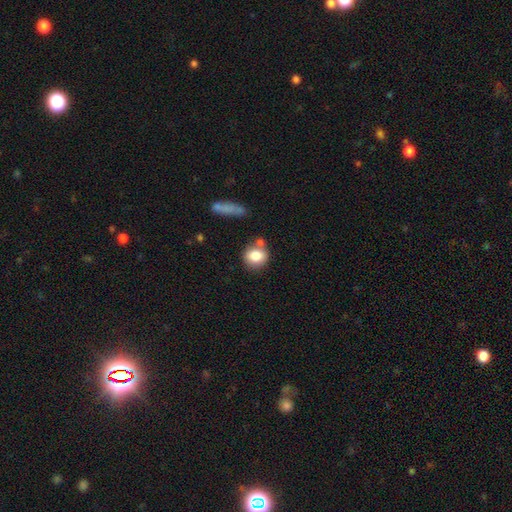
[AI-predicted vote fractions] smooth-or-featured: smooth: 81% | featured or disk: 10% | star or artifact: 9%
  how-rounded: round: 78% | in between: 21% | cigar-shaped: 2%
  merging: none: 64% | merger: 16% | minor disturbance: 15% | major disturbance: 5%